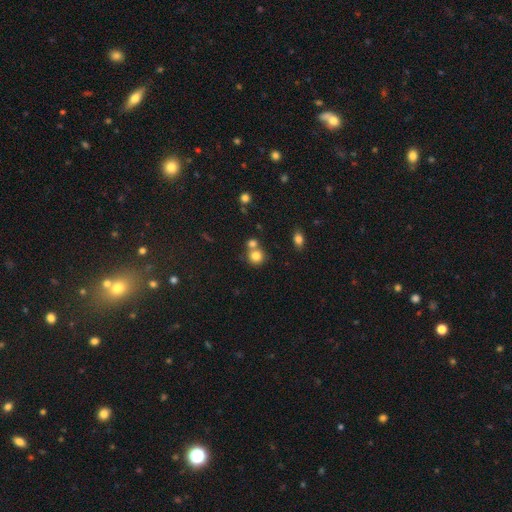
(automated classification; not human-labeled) Overall: smooth (81%). How rounded: round (87%). Merging: none (53%; merger 35%).